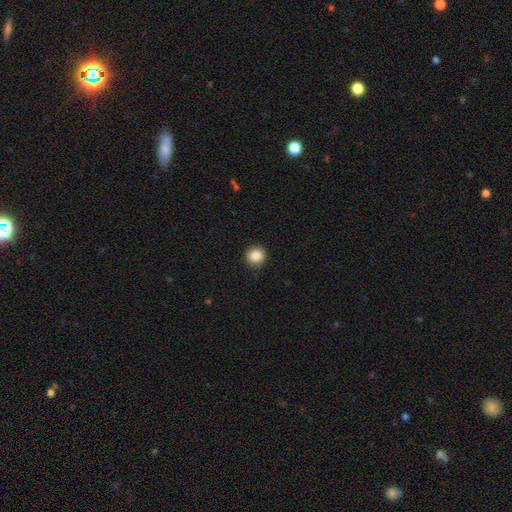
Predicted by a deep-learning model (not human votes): A smooth galaxy with no disk features (87%) that is round (93%).

Vote fractions:
- Smooth or featured? smooth: 87% / star or artifact: 10% / featured or disk: 4%
- How rounded? round: 93% / in between: 7% / cigar-shaped: 1%
- Merging? none: 89% / minor disturbance: 8% / major disturbance: 2% / merger: 1%